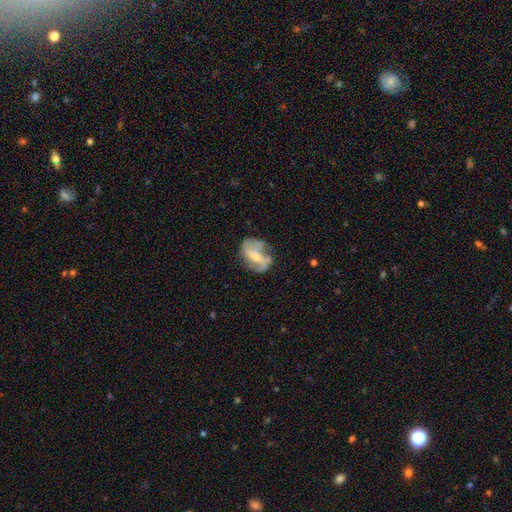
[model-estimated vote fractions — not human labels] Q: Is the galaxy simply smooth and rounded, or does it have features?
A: featured or disk — 67%.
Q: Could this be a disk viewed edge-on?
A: no — 96%.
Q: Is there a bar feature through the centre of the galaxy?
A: weak — 40%.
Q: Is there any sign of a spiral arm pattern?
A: yes — 76%.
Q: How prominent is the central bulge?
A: small — 44%.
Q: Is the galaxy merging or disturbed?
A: none — 56%.